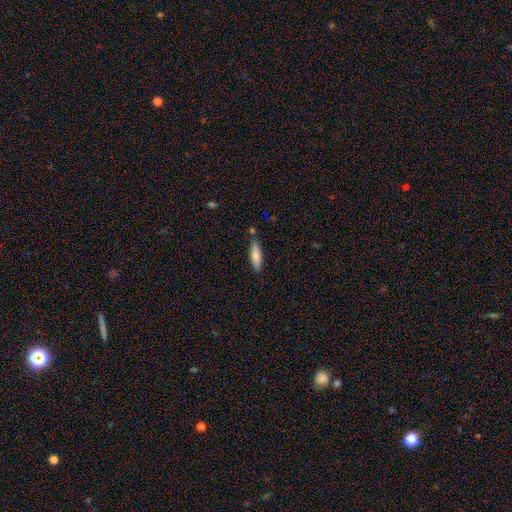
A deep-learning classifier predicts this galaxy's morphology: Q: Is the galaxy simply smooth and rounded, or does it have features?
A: smooth — 78%.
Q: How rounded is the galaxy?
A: cigar-shaped — 58%.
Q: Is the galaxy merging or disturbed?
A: none — 81%.